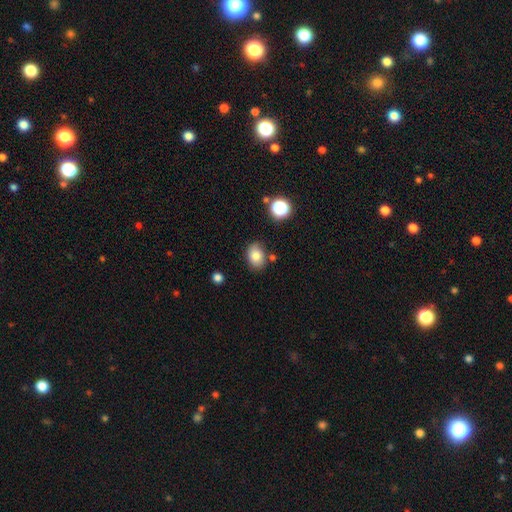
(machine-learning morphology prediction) Overall: smooth (82%). How rounded: in between (69%; round 30%). Merging: none (77%).